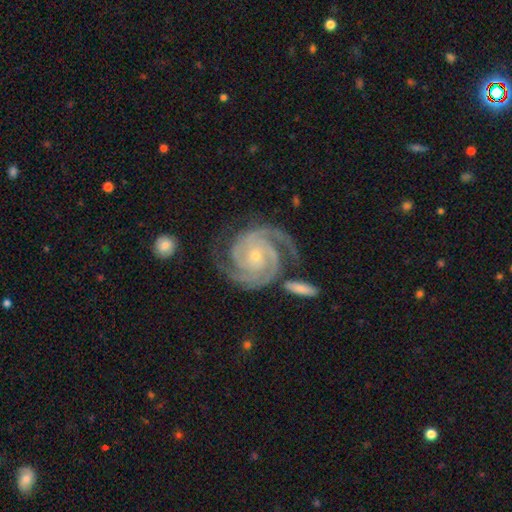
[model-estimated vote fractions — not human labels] smooth-or-featured: featured or disk: 93% | star or artifact: 4% | smooth: 3%
  disk-edge-on: no: 98% | yes: 2%
    bar: no: 69% | weak: 20% | strong: 11%
    has-spiral-arms: yes: 99% | no: 1%
      spiral-winding: tight: 72% | medium: 25% | loose: 3%
      spiral-arm-count: 2: 70% | 3: 17% | can't tell: 4% | 4: 4% | more than 4: 3% | 1: 3%
    bulge-size: small: 74% | moderate: 22% | none: 1% | large: 1% | dominant: 1%
  merging: none: 74% | minor disturbance: 14% | major disturbance: 6% | merger: 6%